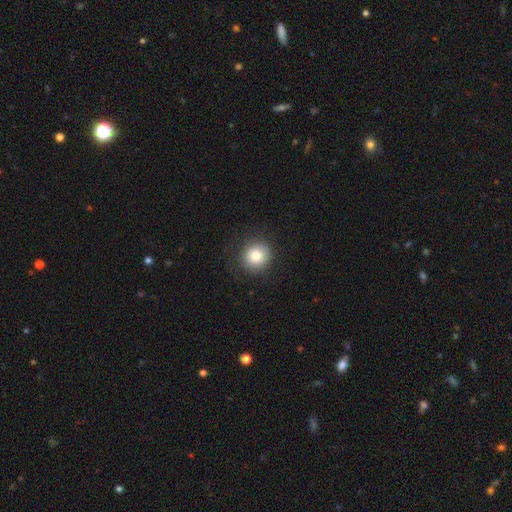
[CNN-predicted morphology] Overall: smooth (83%). How rounded: round (91%). Merging: none (86%).